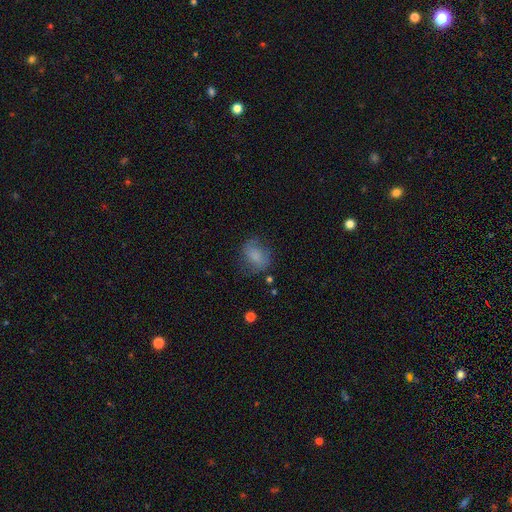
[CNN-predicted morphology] A smooth galaxy with no disk features (73%) that is in between round and cigar-shaped (66%). Merging: none (61%).